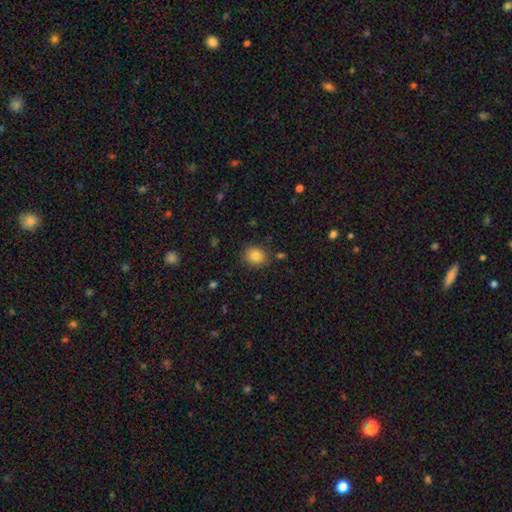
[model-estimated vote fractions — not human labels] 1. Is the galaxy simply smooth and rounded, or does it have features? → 82% smooth, 11% star or artifact, 8% featured or disk.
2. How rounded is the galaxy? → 74% round, 25% in between, 1% cigar-shaped.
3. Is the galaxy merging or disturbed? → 85% none, 10% minor disturbance, 3% major disturbance, 2% merger.